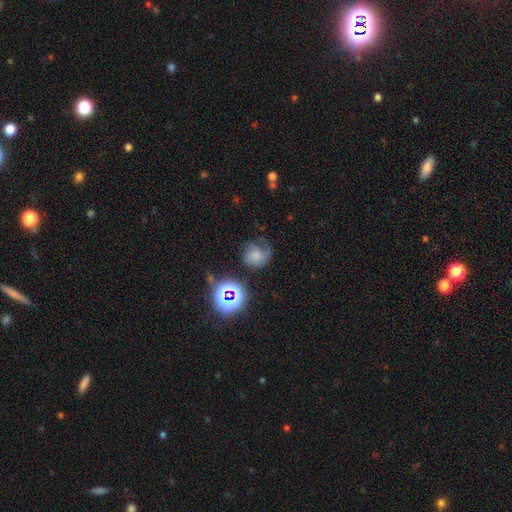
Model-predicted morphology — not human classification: Q: Smooth or featured?
A: featured or disk (41%); tied with: smooth (41%)
Q: Merging?
A: none (44%); runner-up: major disturbance (27%)